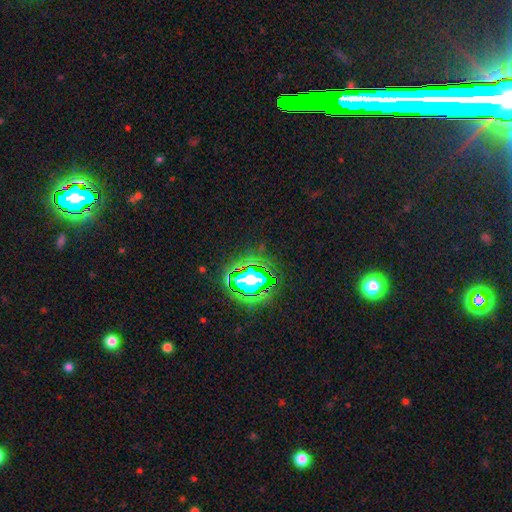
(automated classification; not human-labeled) The model was most divided on "smooth or featured": star or artifact: 79%, smooth: 12%, featured or disk: 10%.